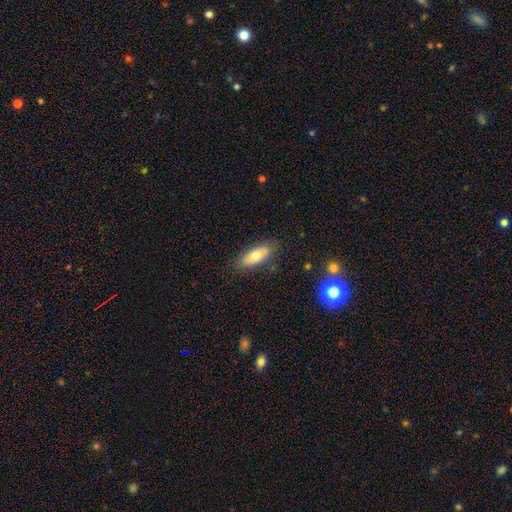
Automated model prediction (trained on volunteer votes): A smooth galaxy with no disk features (71%) that is in between round and cigar-shaped (76%). Merging: none (84%).